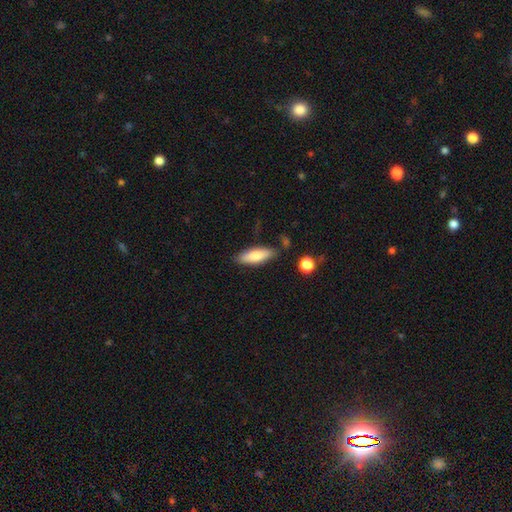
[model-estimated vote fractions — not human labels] Smooth or featured: smooth — 73% (featured or disk — 21%)
How rounded: in between — 54% (cigar-shaped — 44%)
Merging: none — 80% (minor disturbance — 13%)